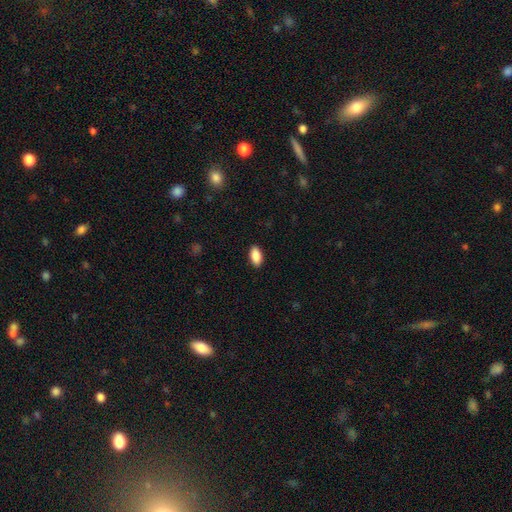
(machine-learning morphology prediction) smooth 89%, star or artifact 7%, featured or disk 4%. Down the decision tree: how rounded — in between (92%); merging — none (90%).